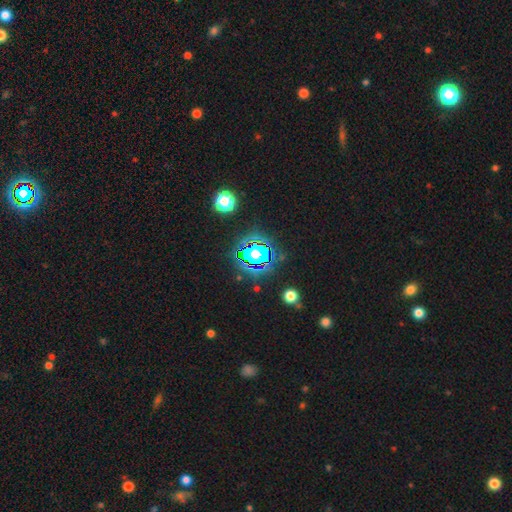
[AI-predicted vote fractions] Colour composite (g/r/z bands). It shows a star or artifact, not a galaxy (80%).